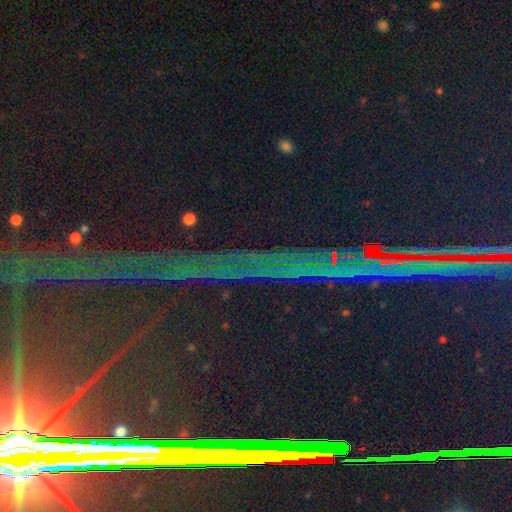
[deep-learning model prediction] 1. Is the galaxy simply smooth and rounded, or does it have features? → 88% star or artifact, 7% featured or disk, 6% smooth.